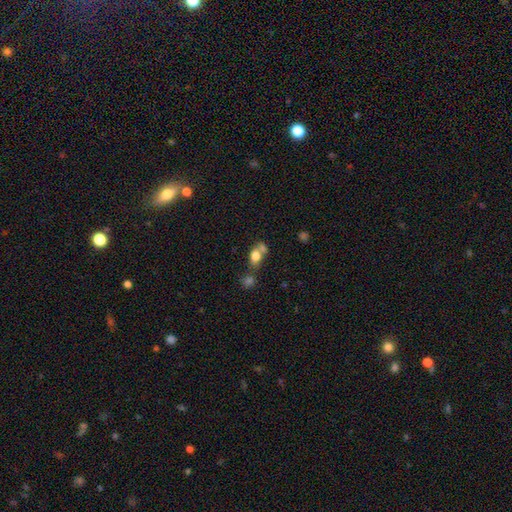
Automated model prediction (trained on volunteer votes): smooth-or-featured: smooth: 76% | featured or disk: 13% | star or artifact: 10%
  how-rounded: in between: 71% | round: 26% | cigar-shaped: 3%
  merging: merger: 42% | none: 39% | minor disturbance: 13% | major disturbance: 6%